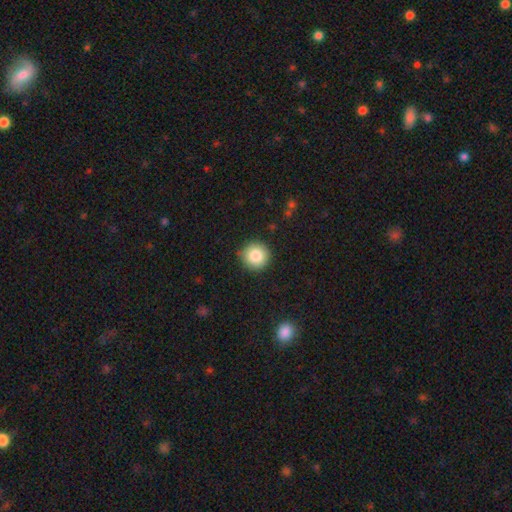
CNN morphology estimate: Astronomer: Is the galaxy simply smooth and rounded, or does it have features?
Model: smooth — 84%.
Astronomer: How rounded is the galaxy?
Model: round — 95%.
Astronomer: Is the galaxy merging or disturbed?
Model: none — 89%.